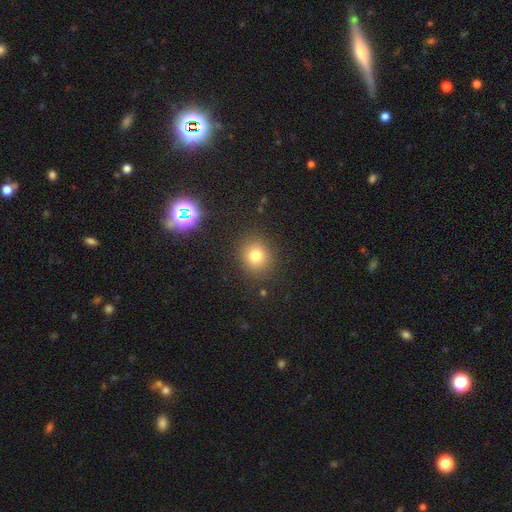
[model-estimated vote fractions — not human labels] Smooth or featured: smooth — 77% (star or artifact — 15%)
How rounded: round — 80% (in between — 19%)
Merging: none — 87% (minor disturbance — 8%)